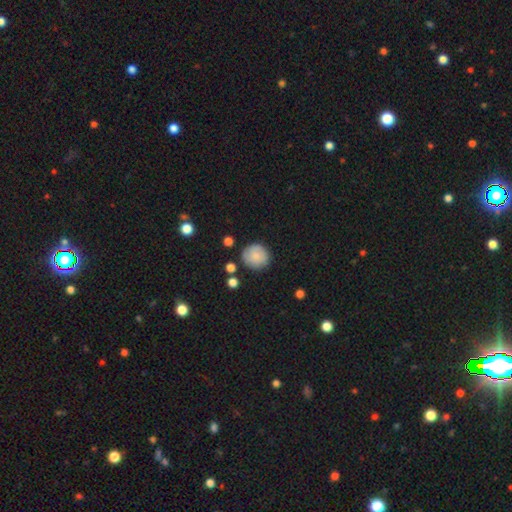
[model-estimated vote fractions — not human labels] This appears to be a smooth galaxy with no disk features (84%) that is round (92%). Merging: none (82%).